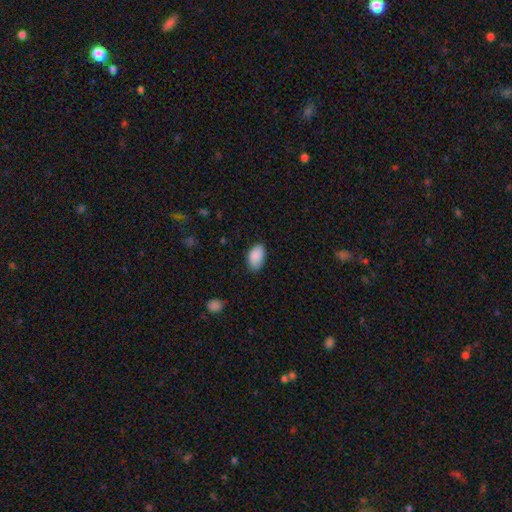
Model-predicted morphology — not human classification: smooth_or_featured: smooth (p=0.89) [alt: star or artifact p=0.07]
how_rounded: in between (p=0.93) [alt: round p=0.06]
merging: none (p=0.78) [alt: minor disturbance p=0.18]